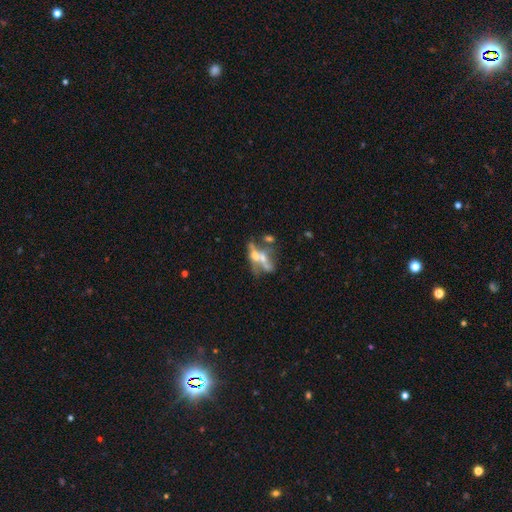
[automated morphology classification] Smooth or featured? featured or disk (62%)
Edge-on disk? no (68%)
Merging? merger (48%)